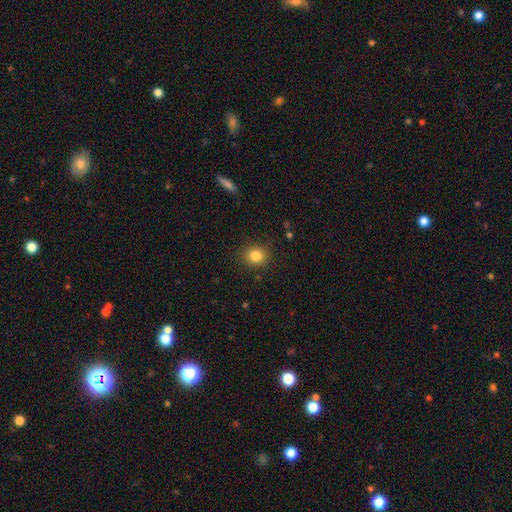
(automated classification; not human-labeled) Smooth or featured? Predicted: smooth (p=0.84). How rounded? Predicted: round (p=0.71). Merging? Predicted: none (p=0.87).